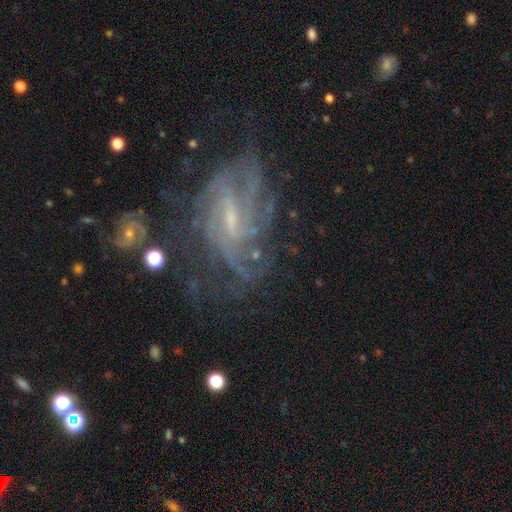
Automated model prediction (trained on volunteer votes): smooth-or-featured: featured or disk: 85% | star or artifact: 9% | smooth: 6%
  disk-edge-on: no: 96% | yes: 4%
    bar: weak: 53% | strong: 26% | no: 21%
    has-spiral-arms: yes: 94% | no: 6%
      spiral-winding: tight: 47% | medium: 40% | loose: 12%
      spiral-arm-count: can't tell: 32% | 3: 18% | 4: 18% | 2: 17% | more than 4: 9% | 1: 7%
    bulge-size: small: 54% | moderate: 28% | none: 14% | large: 2% | dominant: 1%
  merging: none: 60% | minor disturbance: 19% | major disturbance: 17% | merger: 4%